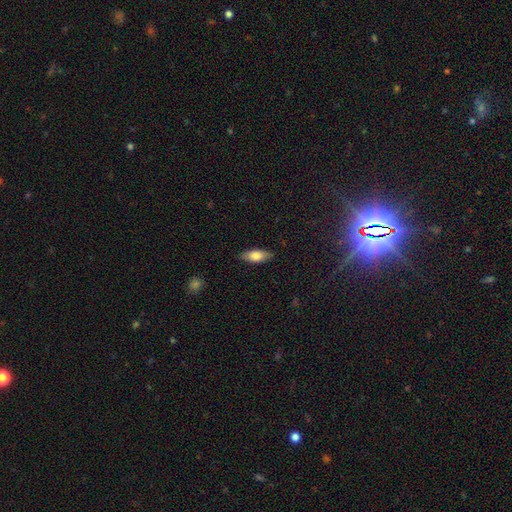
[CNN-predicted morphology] A smooth galaxy with no disk features (76%) that is in between round and cigar-shaped (77%). Merging: none (86%).